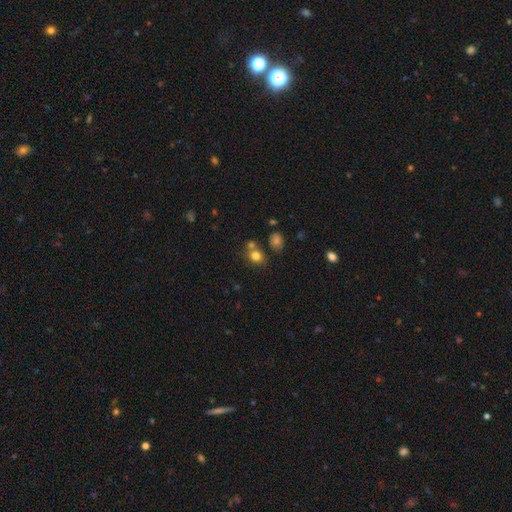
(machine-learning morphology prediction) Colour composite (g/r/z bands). It shows a smooth galaxy with no disk features (78%) that is round (65%). Merging: none (59%).